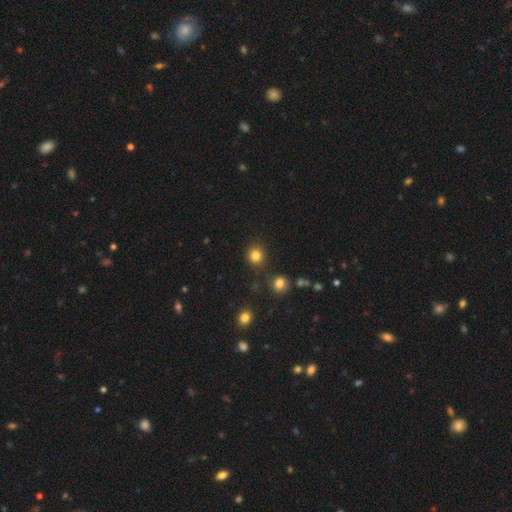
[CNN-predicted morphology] smooth 82%, star or artifact 13%, featured or disk 5%. Down the decision tree: how rounded — round (89%); merging — none (86%).